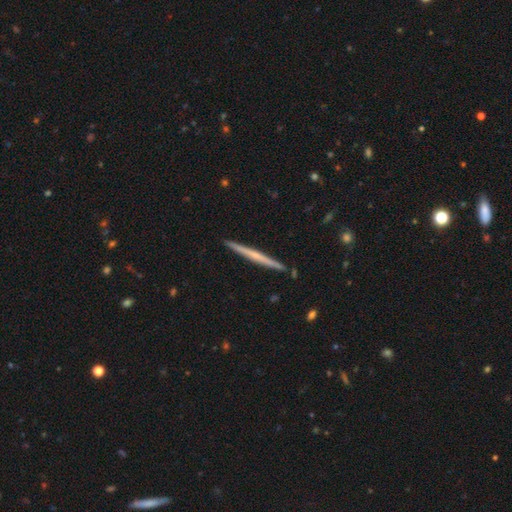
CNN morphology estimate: Smooth or featured: featured or disk — 62% (smooth — 33%)
Edge-on disk: yes — 98% (no — 2%)
Edge-on bulge: none — 63% (rounded — 31%)
Merging: none — 92% (minor disturbance — 6%)